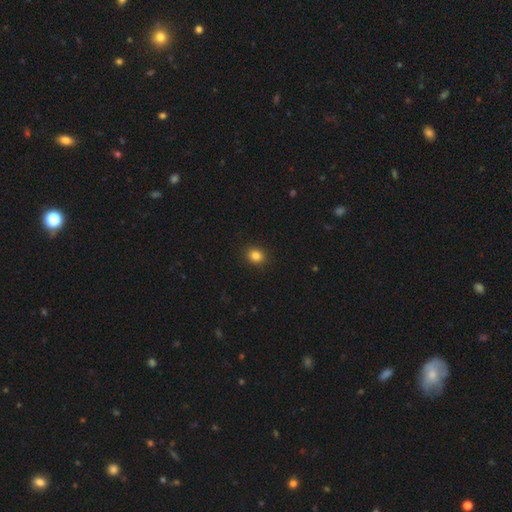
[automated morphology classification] Smooth or featured: smooth — 84% (star or artifact — 12%)
How rounded: round — 70% (in between — 29%)
Merging: none — 91% (minor disturbance — 6%)